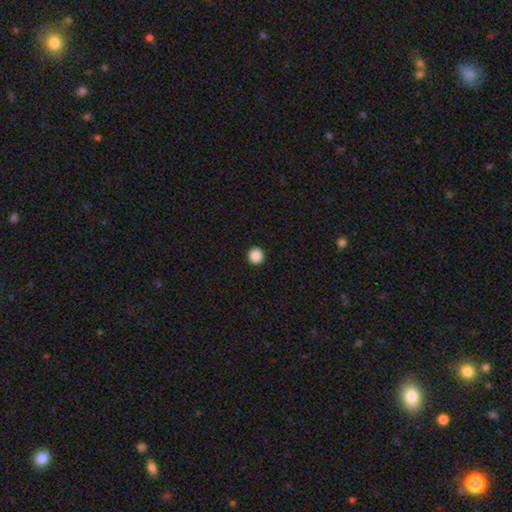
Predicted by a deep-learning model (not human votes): The model was most divided on "smooth or featured": smooth: 88%, star or artifact: 9%, featured or disk: 2%. More confident: how rounded — round (96%); merging — none (94%).